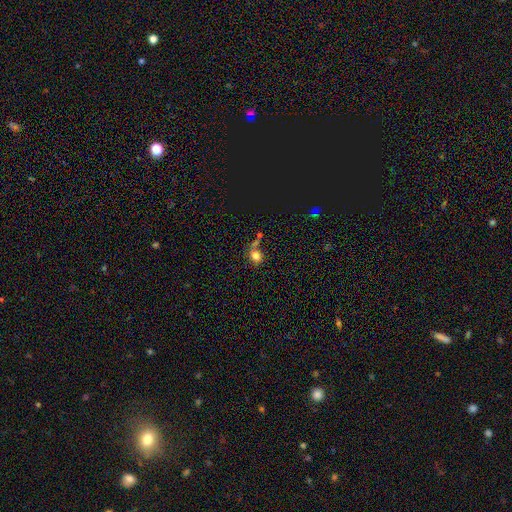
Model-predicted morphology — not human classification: smooth-or-featured: smooth: 77% | star or artifact: 13% | featured or disk: 10%
  how-rounded: round: 68% | in between: 31% | cigar-shaped: 1%
  merging: none: 48% | merger: 24% | minor disturbance: 16% | major disturbance: 13%